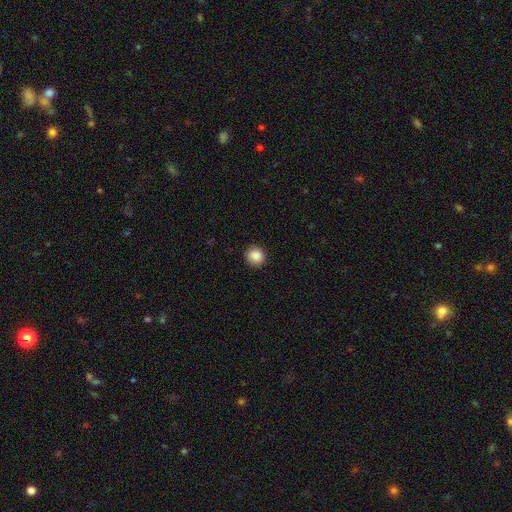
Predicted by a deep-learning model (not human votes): Smooth or featured: smooth — 89% (star or artifact — 9%)
How rounded: round — 91% (in between — 9%)
Merging: none — 90% (minor disturbance — 7%)